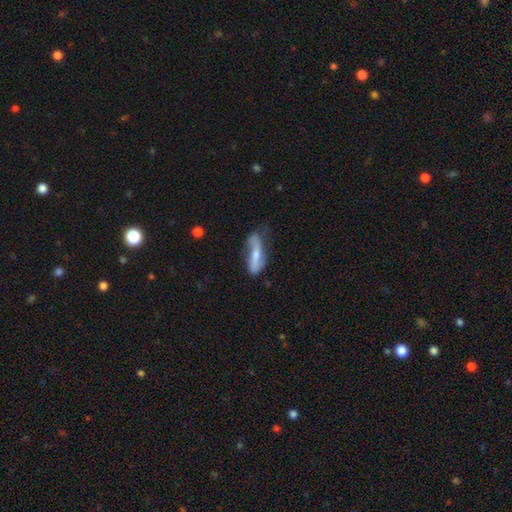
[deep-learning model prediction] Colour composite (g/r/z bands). It shows a featured or disk galaxy (50%). Merging: none (45%).